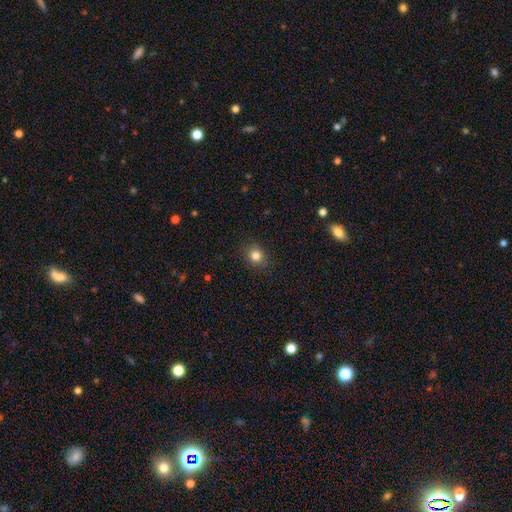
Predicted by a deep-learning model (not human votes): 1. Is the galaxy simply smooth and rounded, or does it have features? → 82% smooth, 12% star or artifact, 6% featured or disk.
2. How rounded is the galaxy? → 75% round, 24% in between, 1% cigar-shaped.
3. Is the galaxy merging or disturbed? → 87% none, 9% minor disturbance, 3% major disturbance, 1% merger.